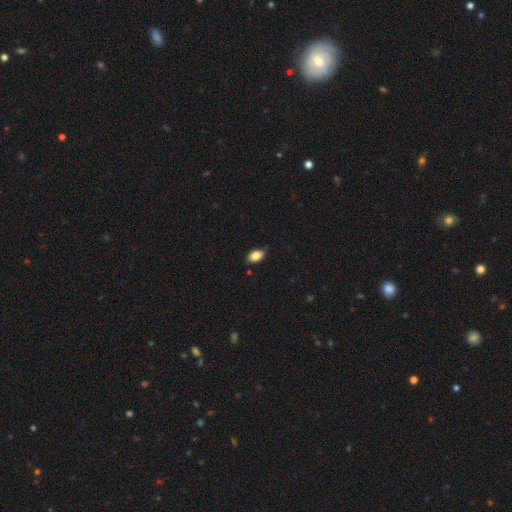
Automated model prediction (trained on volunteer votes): smooth_or_featured: smooth (p=0.85) [alt: star or artifact p=0.08]
how_rounded: in between (p=0.88) [alt: round p=0.10]
merging: none (p=0.79) [alt: minor disturbance p=0.17]